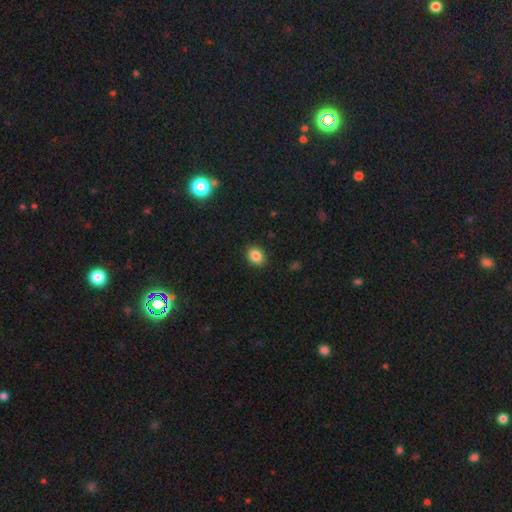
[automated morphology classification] Smooth or featured? smooth (85%)
How rounded? in between (53%)
Merging? none (89%)